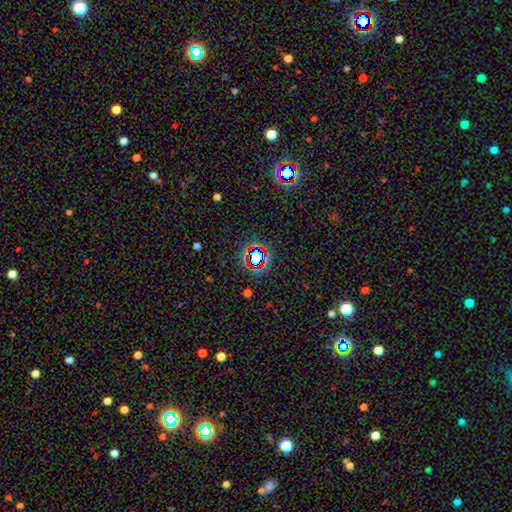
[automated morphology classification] smooth-or-featured: star or artifact: 65% | smooth: 23% | featured or disk: 12%